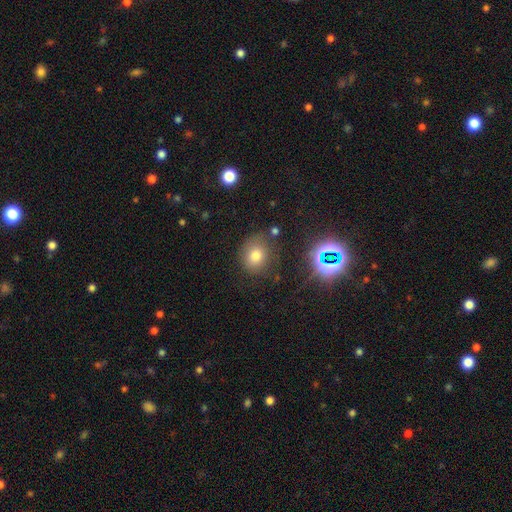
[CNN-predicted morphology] smooth 72%, star or artifact 18%, featured or disk 10%. Down the decision tree: how rounded — round (66%); merging — none (74%).